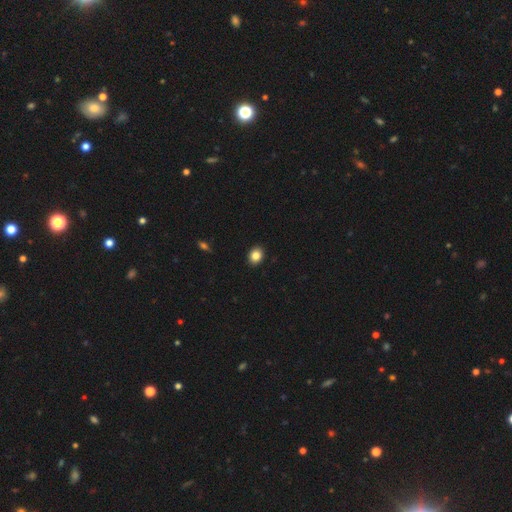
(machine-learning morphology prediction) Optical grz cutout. It shows a smooth galaxy with no disk features (85%) that is round (53%). Merging: none (92%).